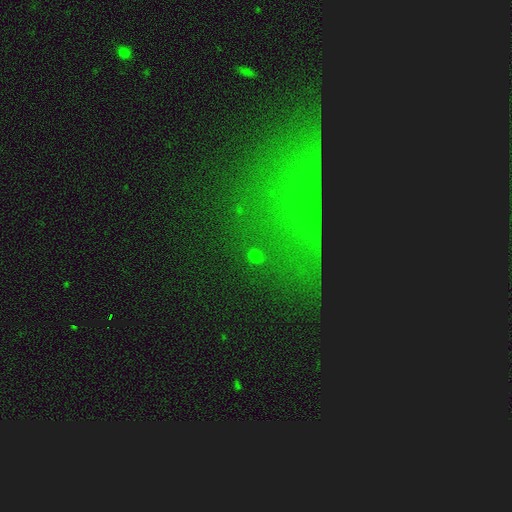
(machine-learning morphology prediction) type=star or artifact (73%).